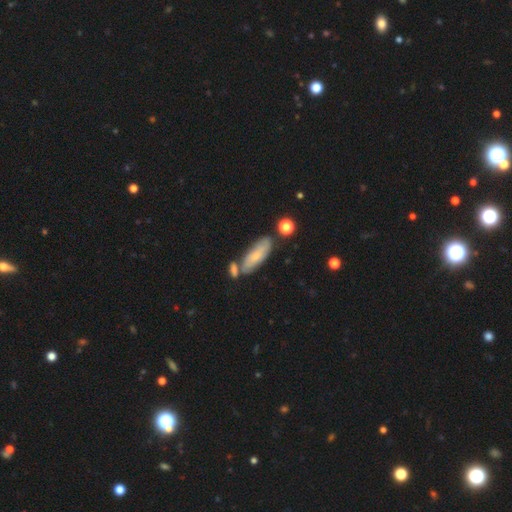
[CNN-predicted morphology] This is likely a smooth galaxy (62%). How rounded: likely in between (61%). Merging: likely none (62%).